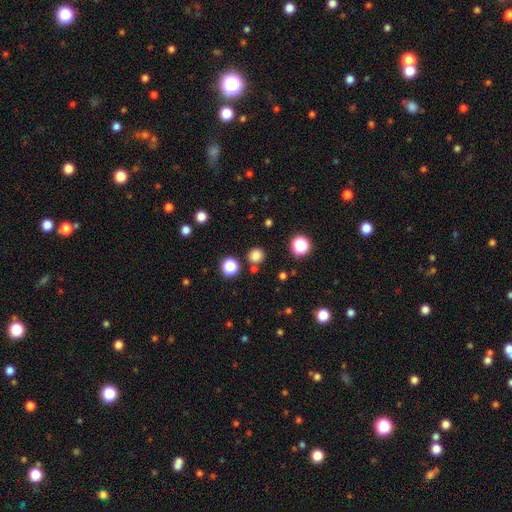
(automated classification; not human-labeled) Smooth or featured? smooth (80%)
How rounded? round (92%)
Merging? none (84%)